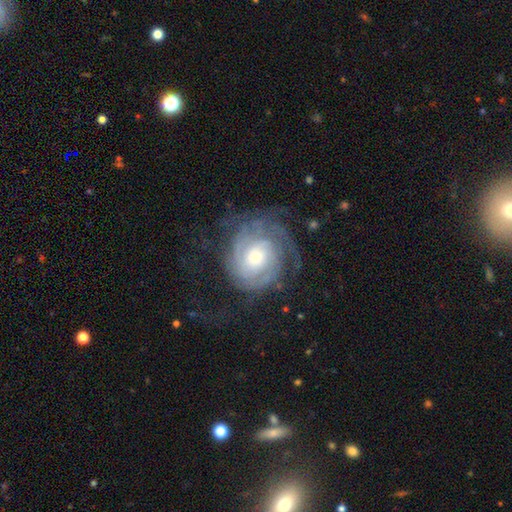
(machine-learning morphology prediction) Smooth or featured? featured or disk (83%)
Edge-on disk? no (98%)
Bar? no (72%)
Spiral arms? yes (95%)
Spiral winding? tight (67%)
Spiral arm count? can't tell (36%)
Bulge size? moderate (57%)
Merging? none (62%)